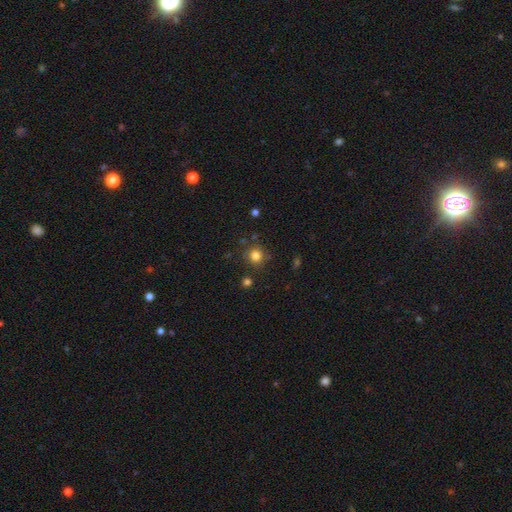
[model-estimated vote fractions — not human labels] A smooth galaxy with no disk features (80%) that is round (92%).

Vote fractions:
- Smooth or featured? smooth: 80% / star or artifact: 14% / featured or disk: 6%
- How rounded? round: 92% / in between: 8% / cigar-shaped: 1%
- Merging? none: 83% / minor disturbance: 10% / merger: 4% / major disturbance: 3%